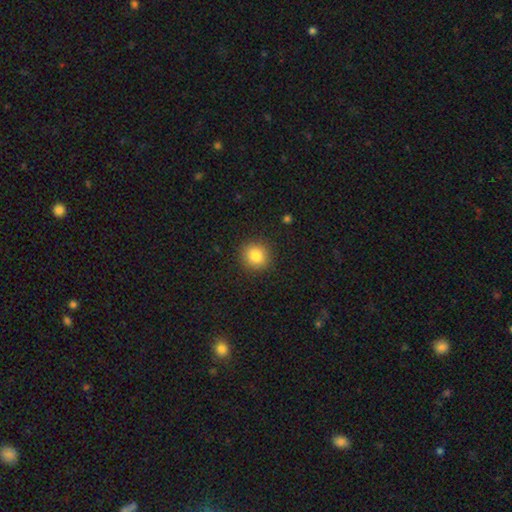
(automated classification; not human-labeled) smooth-or-featured: smooth: 85% | star or artifact: 10% | featured or disk: 5%
  how-rounded: round: 89% | in between: 10% | cigar-shaped: 1%
  merging: none: 90% | minor disturbance: 6% | major disturbance: 2% | merger: 1%